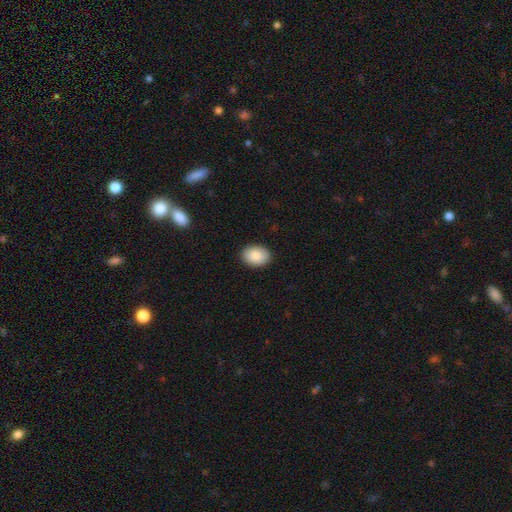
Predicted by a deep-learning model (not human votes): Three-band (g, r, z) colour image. It shows a smooth galaxy with no disk features (87%) that is in between round and cigar-shaped (78%). Merging: none (90%).